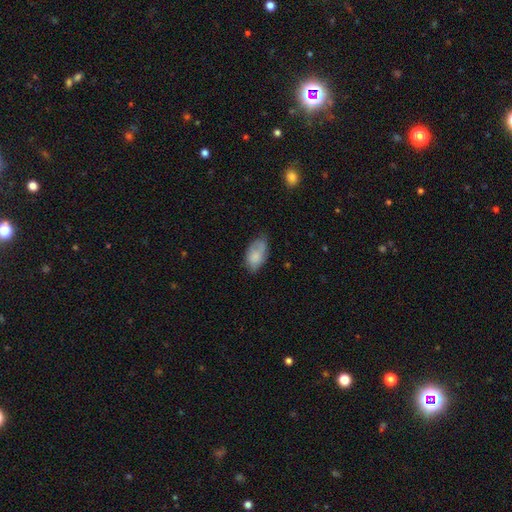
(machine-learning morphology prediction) A smooth galaxy with no disk features (78%) that is in between round and cigar-shaped (93%). Merging: none (58%).